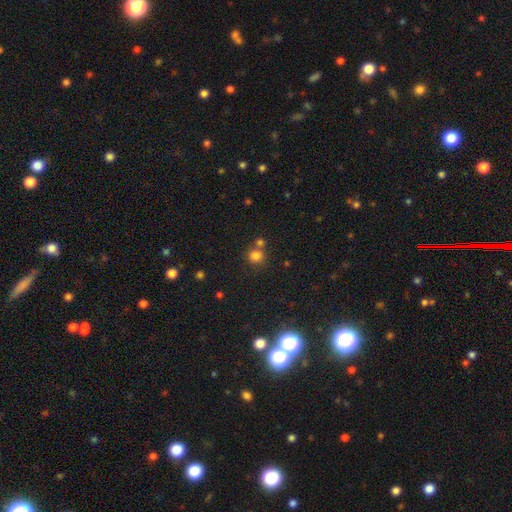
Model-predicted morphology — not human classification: This is likely a smooth galaxy (80%). How rounded: clearly round (88%). Merging: likely none (61%).